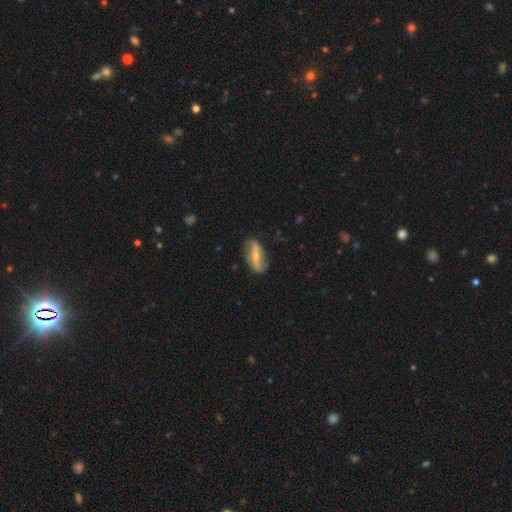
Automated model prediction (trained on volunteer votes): Smooth or featured?
  - featured or disk: 74% *
  - smooth: 20%
  - star or artifact: 6%
Edge-on disk?
  - no: 85% *
  - yes: 15%
Bar?
  - strong: 62% *
  - weak: 21%
  - no: 17%
Spiral arms?
  - yes: 77% *
  - no: 23%
Bulge size?
  - small: 54% *
  - moderate: 41%
  - none: 2%
  - large: 2%
  - dominant: 1%
Merging?
  - none: 73% *
  - minor disturbance: 19%
  - major disturbance: 7%
  - merger: 2%